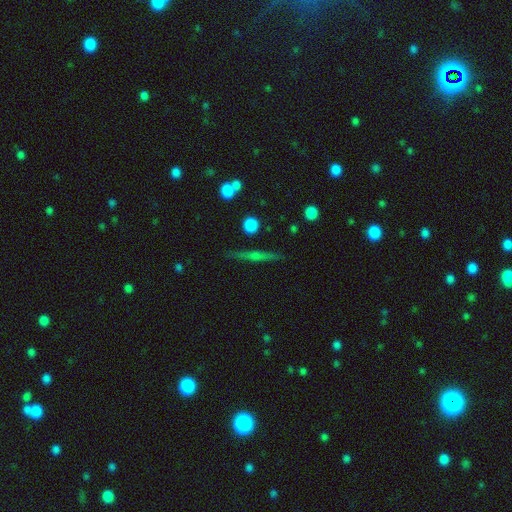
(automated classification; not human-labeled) Overall: featured or disk (67%). Edge-on disk: yes (97%). Edge-on bulge: rounded (71%). Merging: none (88%).